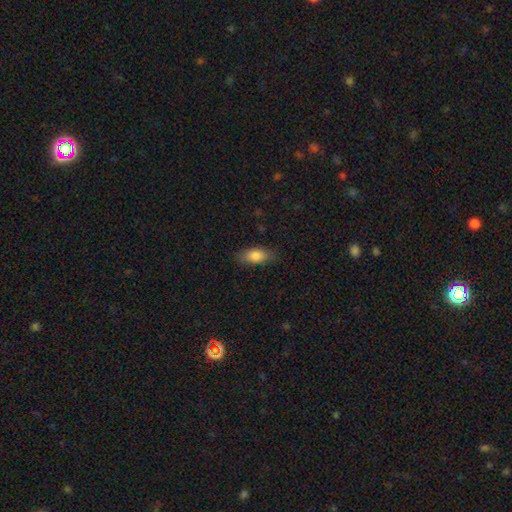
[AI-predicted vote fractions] Smooth or featured? Predicted: smooth (p=0.83). How rounded? Predicted: in between (p=0.86). Merging? Predicted: none (p=0.84).